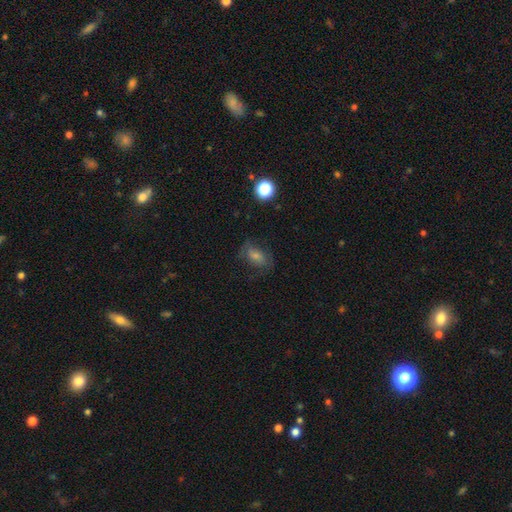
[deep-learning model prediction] This appears to be a smooth galaxy with no disk features (47%). Merging: none (67%).